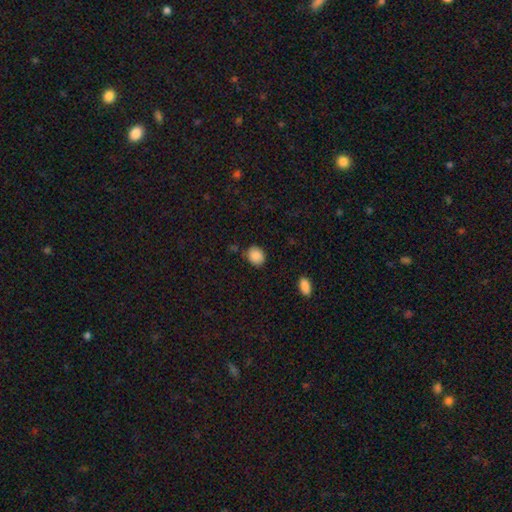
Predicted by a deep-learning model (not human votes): Morphology: type=smooth (88%); roundness=round (59%); merging=none (80%).